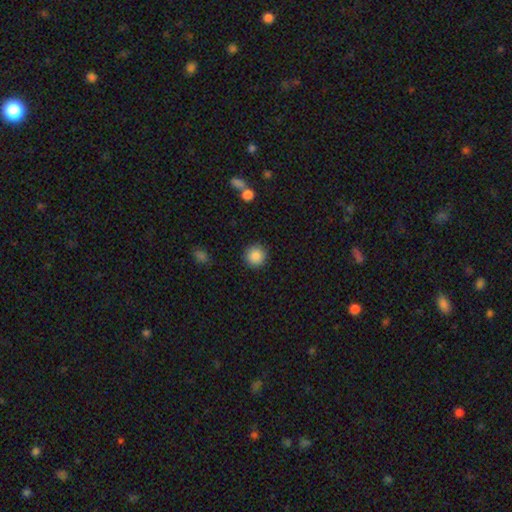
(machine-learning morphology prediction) Overall: smooth (87%). How rounded: round (94%). Merging: none (91%).